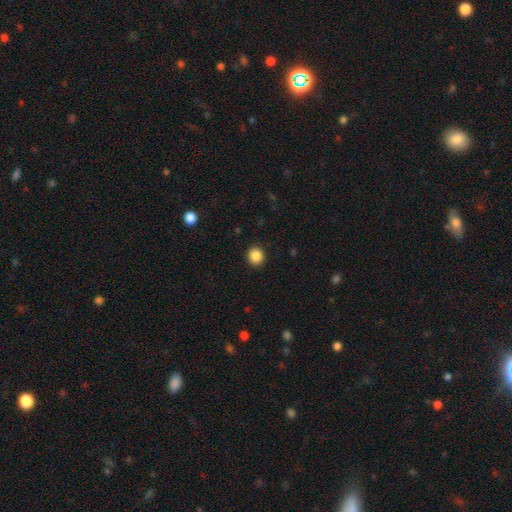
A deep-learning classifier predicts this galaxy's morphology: Overall: smooth (87%). How rounded: round (84%). Merging: none (91%).